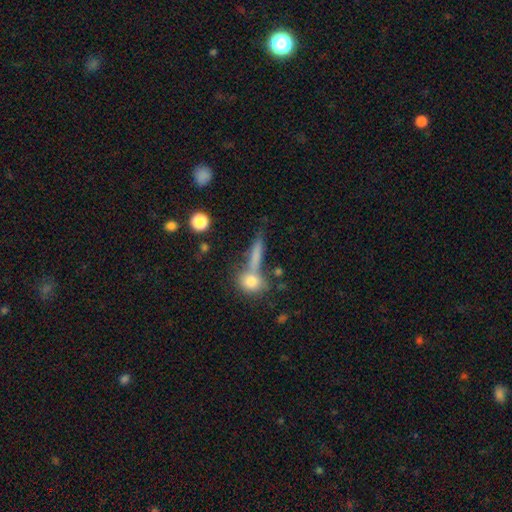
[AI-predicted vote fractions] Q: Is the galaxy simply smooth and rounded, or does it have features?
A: smooth — 71%.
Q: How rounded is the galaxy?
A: cigar-shaped — 66%.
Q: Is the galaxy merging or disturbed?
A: none — 55%.